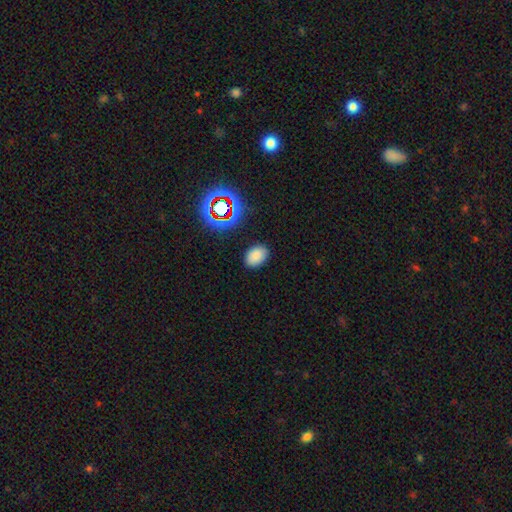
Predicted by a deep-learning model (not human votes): Smooth or featured: smooth — 80% (star or artifact — 14%)
How rounded: in between — 82% (round — 17%)
Merging: none — 86% (minor disturbance — 10%)